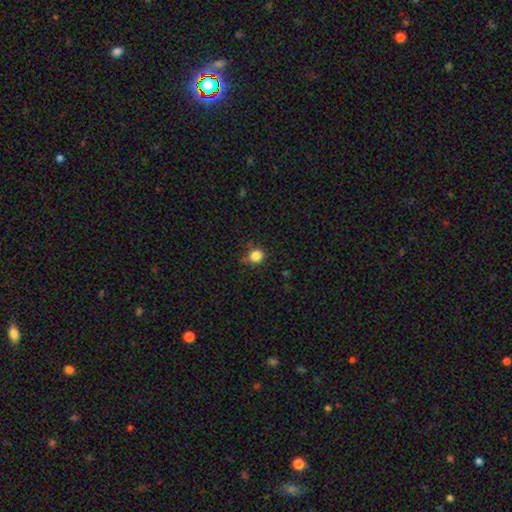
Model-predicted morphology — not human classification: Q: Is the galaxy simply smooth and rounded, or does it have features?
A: smooth — 84%.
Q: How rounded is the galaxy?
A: round — 84%.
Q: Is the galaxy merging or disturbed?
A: none — 75%.